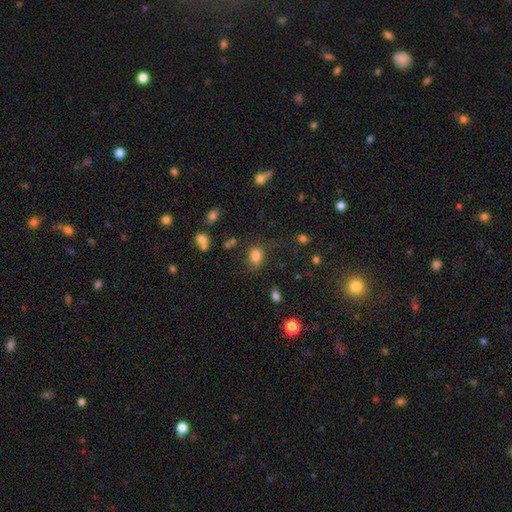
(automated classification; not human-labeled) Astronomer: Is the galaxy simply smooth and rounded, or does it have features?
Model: smooth — 81%.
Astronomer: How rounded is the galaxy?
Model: round — 55% (runner-up: in between, 44%).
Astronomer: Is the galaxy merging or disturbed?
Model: none — 67%.